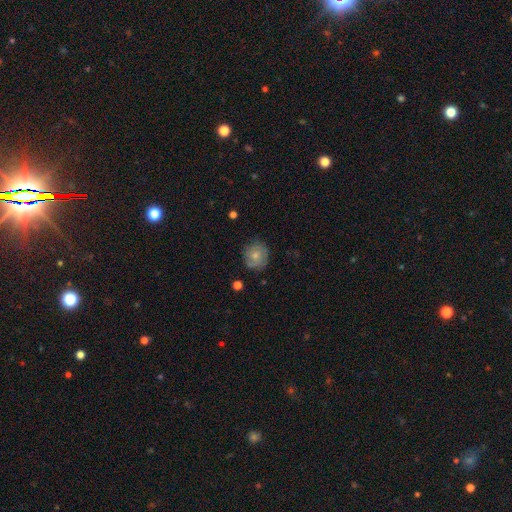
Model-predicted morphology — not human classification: Q: Smooth or featured?
A: smooth (65%); runner-up: featured or disk (27%)
Q: How rounded?
A: round (89%); runner-up: in between (10%)
Q: Merging?
A: none (79%); runner-up: minor disturbance (16%)